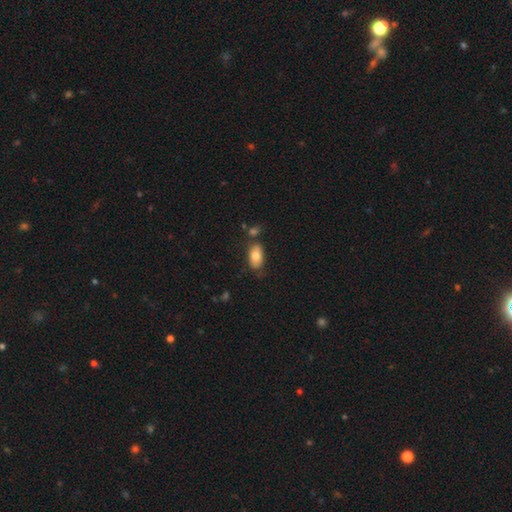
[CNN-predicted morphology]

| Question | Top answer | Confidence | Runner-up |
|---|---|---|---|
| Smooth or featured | smooth | 78% | featured or disk (15%) |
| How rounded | in between | 92% | round (4%) |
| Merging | none | 70% | minor disturbance (17%) |